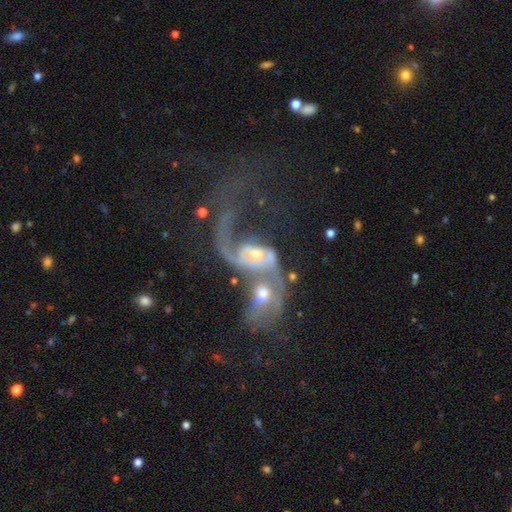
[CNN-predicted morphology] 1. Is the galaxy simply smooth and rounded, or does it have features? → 74% featured or disk, 17% smooth, 9% star or artifact.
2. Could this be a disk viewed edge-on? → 96% no, 4% yes.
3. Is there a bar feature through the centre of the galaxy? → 59% no, 31% weak, 10% strong.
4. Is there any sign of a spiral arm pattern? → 81% yes, 19% no.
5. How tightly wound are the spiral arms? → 63% loose, 26% medium, 11% tight.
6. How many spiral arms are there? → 48% 1, 38% 2, 10% can't tell, 2% 3, 1% 4, 1% more than 4.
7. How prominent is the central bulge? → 55% moderate, 32% small, 7% large, 3% none, 2% dominant.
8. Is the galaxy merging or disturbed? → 77% merger, 14% major disturbance, 6% none, 3% minor disturbance.